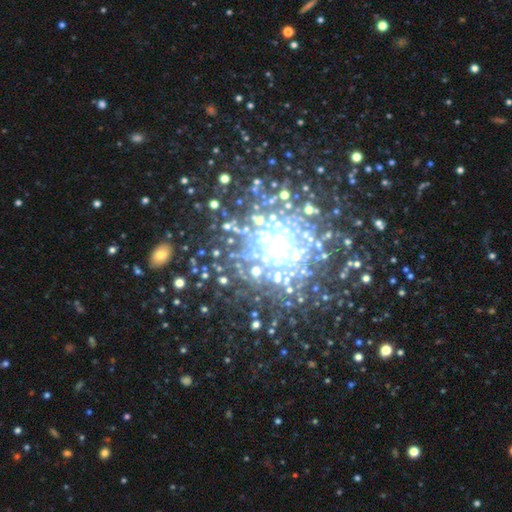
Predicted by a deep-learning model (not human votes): A featured or disk galaxy (46%). Merging: none (65%).